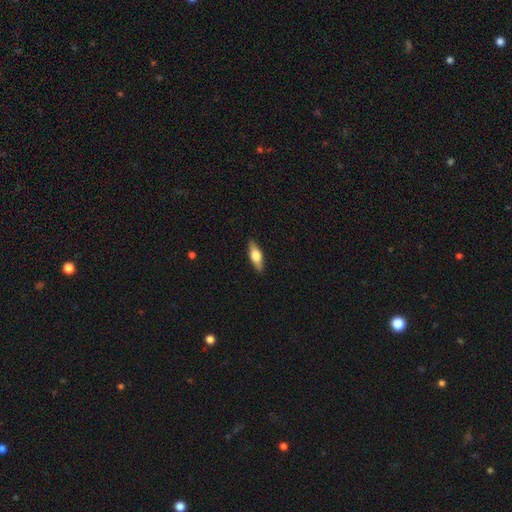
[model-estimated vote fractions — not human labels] Smooth or featured?
  - smooth: 56% *
  - featured or disk: 38%
  - star or artifact: 6%
How rounded?
  - in between: 59% *
  - cigar-shaped: 38%
  - round: 3%
Merging?
  - none: 88% *
  - minor disturbance: 9%
  - major disturbance: 2%
  - merger: 1%